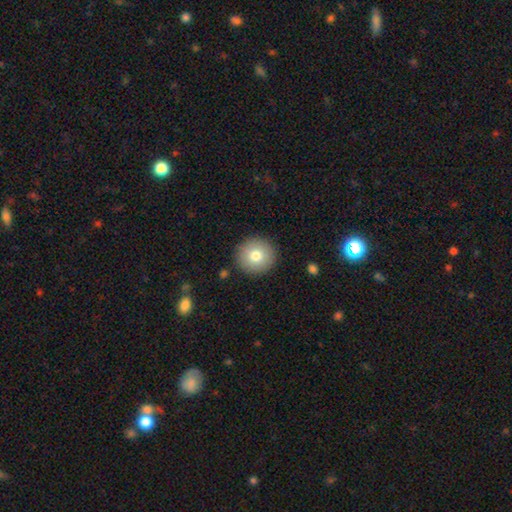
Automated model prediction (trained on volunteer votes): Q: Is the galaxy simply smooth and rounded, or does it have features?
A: smooth — 78%.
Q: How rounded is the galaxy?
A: round — 95%.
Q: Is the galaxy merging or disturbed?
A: none — 90%.